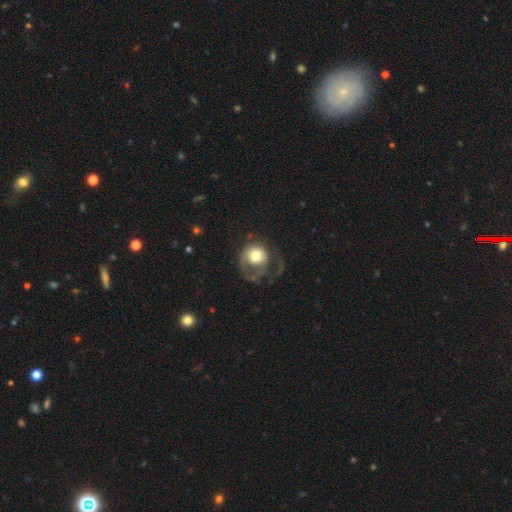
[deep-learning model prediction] Overall: smooth (59%; featured or disk 34%). How rounded: round (83%). Merging: major disturbance (48%; none 29%).